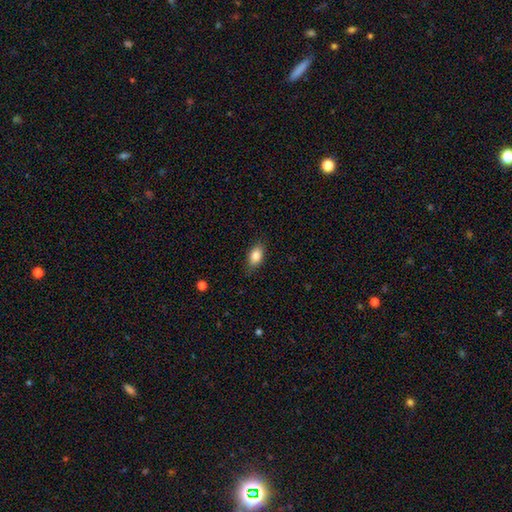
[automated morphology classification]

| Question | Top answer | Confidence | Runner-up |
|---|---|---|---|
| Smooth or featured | smooth | 86% | star or artifact (7%) |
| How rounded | in between | 89% | round (7%) |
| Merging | none | 83% | minor disturbance (13%) |